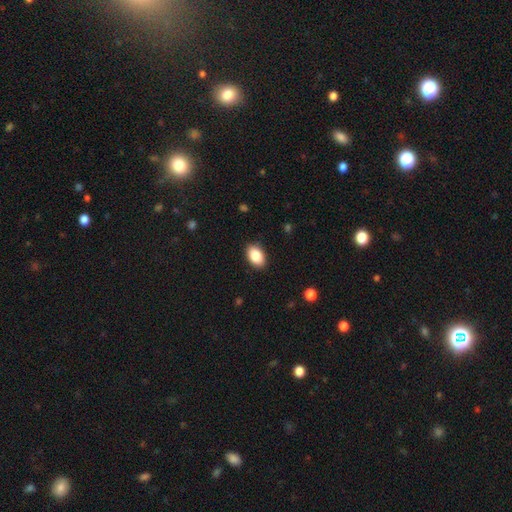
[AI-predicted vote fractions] Smooth or featured? smooth (87%)
How rounded? in between (90%)
Merging? none (88%)